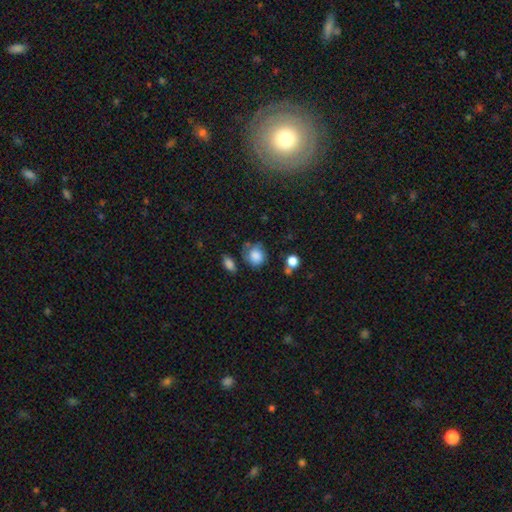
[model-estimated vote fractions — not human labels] Smooth or featured? Predicted: smooth (p=0.81). How rounded? Predicted: round (p=0.74). Merging? Predicted: none (p=0.55).